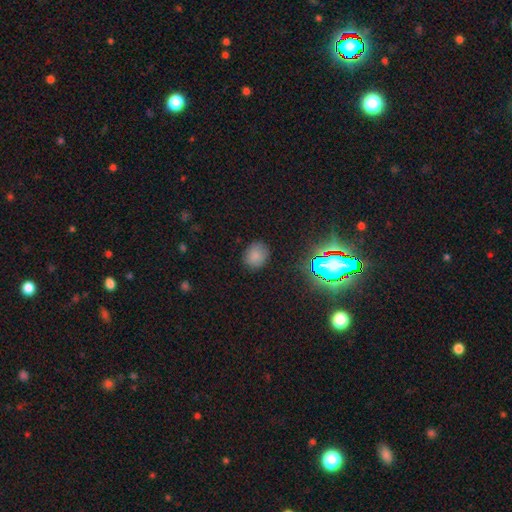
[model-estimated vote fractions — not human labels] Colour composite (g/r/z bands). It shows a smooth galaxy with no disk features (77%) that is round (67%). Merging: none (83%).